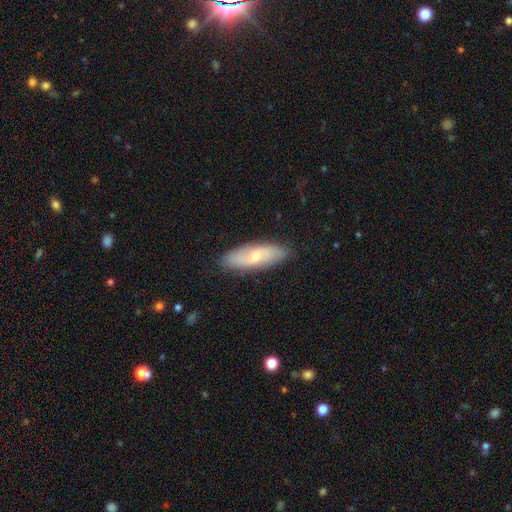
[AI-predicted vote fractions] smooth-or-featured: smooth: 49% | featured or disk: 45% | star or artifact: 6%
  merging: none: 86% | minor disturbance: 10% | major disturbance: 2% | merger: 1%